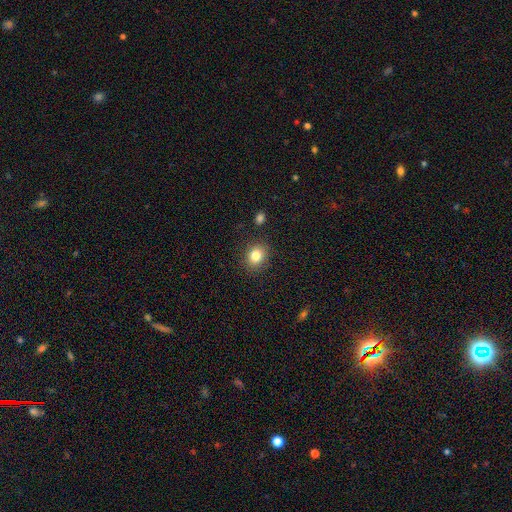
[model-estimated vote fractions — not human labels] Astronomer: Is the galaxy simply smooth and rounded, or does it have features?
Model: smooth — 82%.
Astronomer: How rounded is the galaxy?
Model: round — 59% (runner-up: in between, 40%).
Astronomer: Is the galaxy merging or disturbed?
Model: none — 86%.